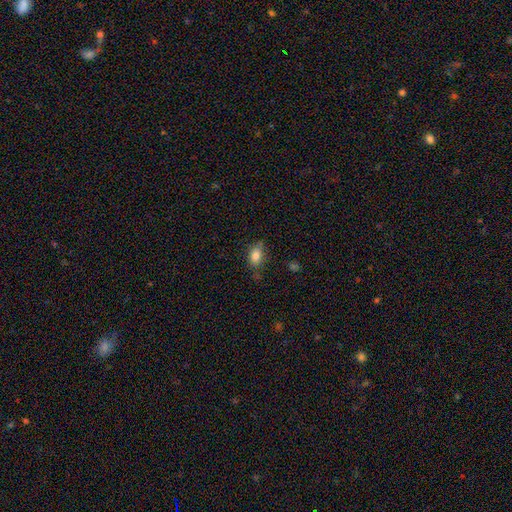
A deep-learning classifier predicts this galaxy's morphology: Q: Smooth or featured?
A: smooth (82%); runner-up: star or artifact (9%)
Q: How rounded?
A: in between (85%); runner-up: round (12%)
Q: Merging?
A: none (68%); runner-up: minor disturbance (24%)